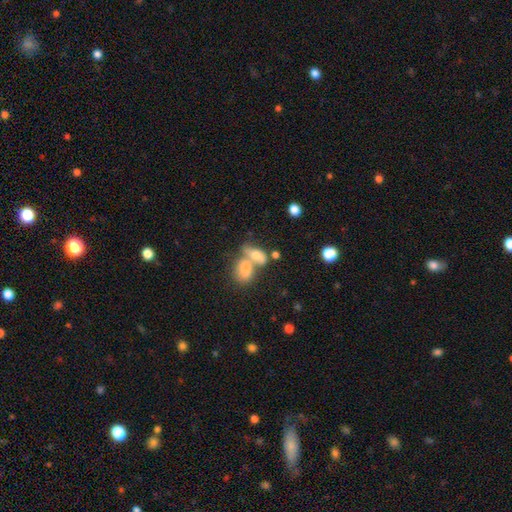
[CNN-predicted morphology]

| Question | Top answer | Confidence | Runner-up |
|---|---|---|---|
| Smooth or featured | smooth | 52% | star or artifact (31%) |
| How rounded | round | 53% | in between (42%) |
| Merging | none | 46% | merger (38%) |